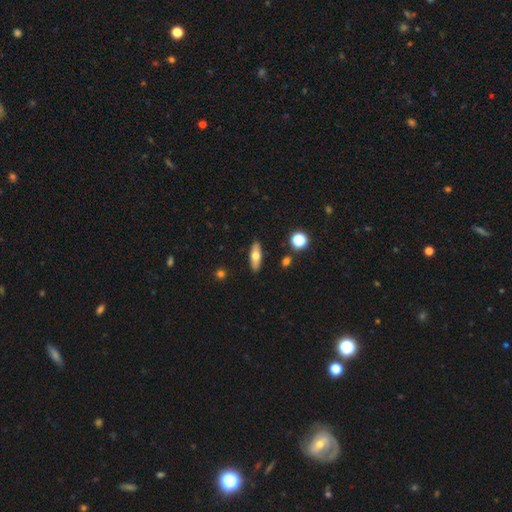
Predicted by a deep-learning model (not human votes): Smooth or featured? smooth (63%)
How rounded? in between (57%)
Merging? none (89%)